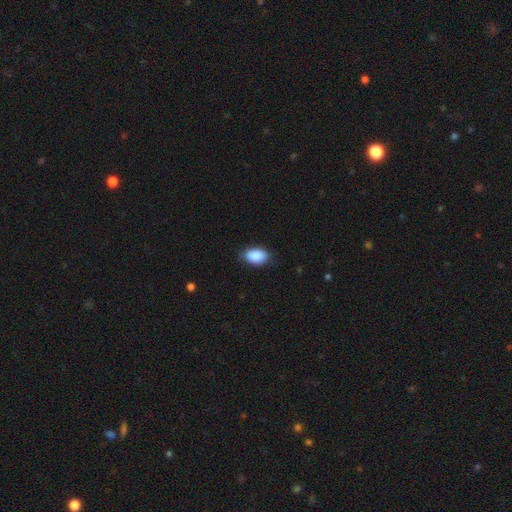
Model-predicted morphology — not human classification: A smooth galaxy with no disk features (90%) that is in between round and cigar-shaped (91%).

Vote fractions:
- Smooth or featured? smooth: 90% / star or artifact: 6% / featured or disk: 4%
- How rounded? in between: 91% / round: 7% / cigar-shaped: 1%
- Merging? none: 82% / minor disturbance: 15% / major disturbance: 3% / merger: 1%